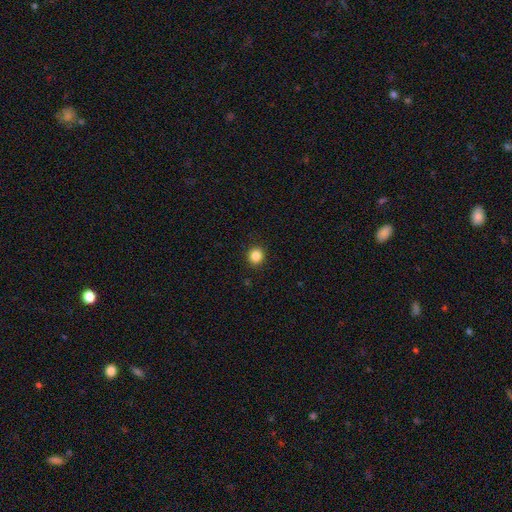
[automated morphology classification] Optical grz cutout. It shows a smooth galaxy with no disk features (86%) that is round (89%). Merging: none (92%).